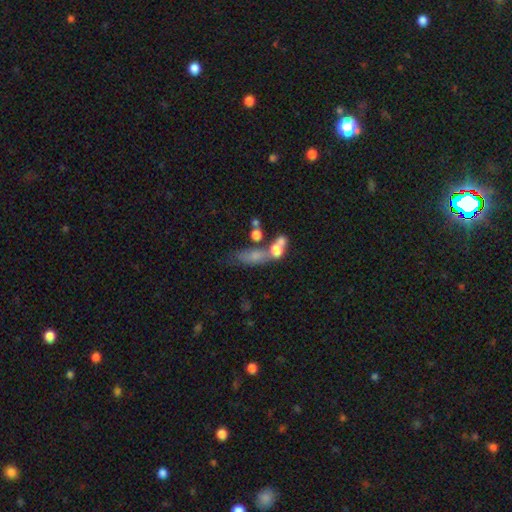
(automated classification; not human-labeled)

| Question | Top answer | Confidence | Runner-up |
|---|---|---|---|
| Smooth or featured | smooth | 58% | featured or disk (27%) |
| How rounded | in between | 52% | cigar-shaped (29%) |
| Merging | merger | 41% | none (32%) |